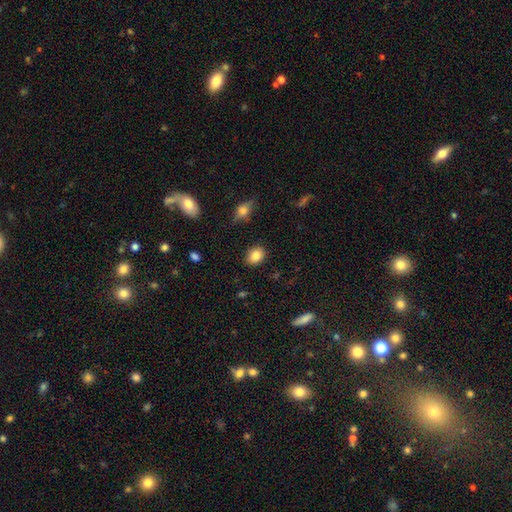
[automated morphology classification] smooth_or_featured: smooth (p=0.83) [alt: star or artifact p=0.09]
how_rounded: in between (p=0.56) [alt: round p=0.43]
merging: none (p=0.88) [alt: minor disturbance p=0.09]